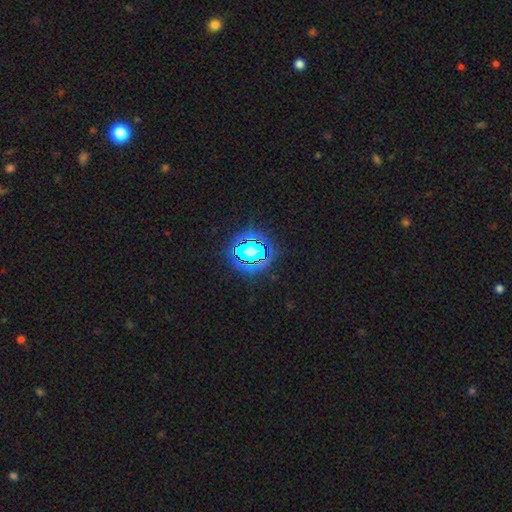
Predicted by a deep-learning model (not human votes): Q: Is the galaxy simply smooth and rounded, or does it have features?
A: star or artifact — 77%.